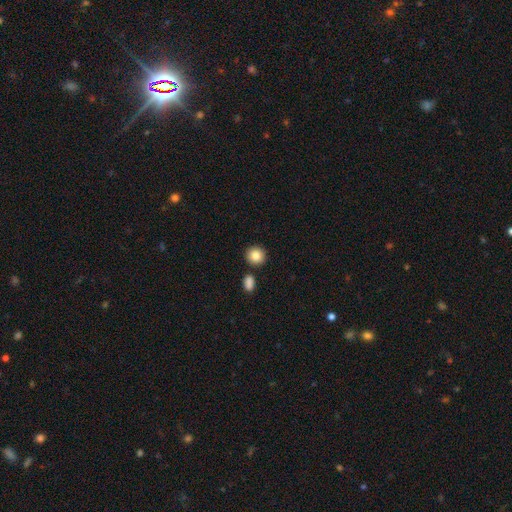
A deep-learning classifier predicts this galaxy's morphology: Smooth or featured: smooth — 86% (star or artifact — 8%)
How rounded: round — 88% (in between — 11%)
Merging: none — 84% (minor disturbance — 7%)